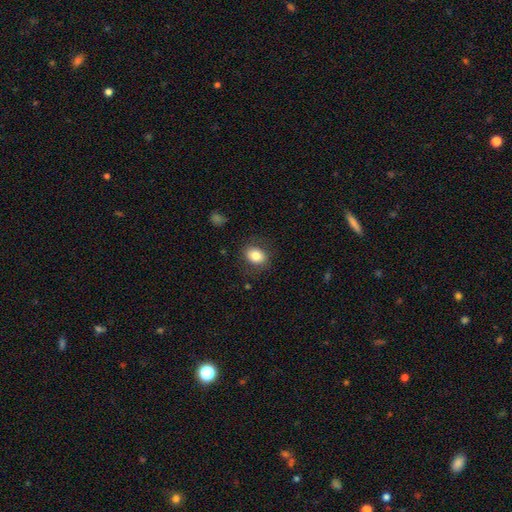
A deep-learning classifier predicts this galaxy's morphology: Q: Smooth or featured?
A: smooth (81%); runner-up: featured or disk (10%)
Q: How rounded?
A: in between (61%); runner-up: round (38%)
Q: Merging?
A: none (81%); runner-up: minor disturbance (13%)